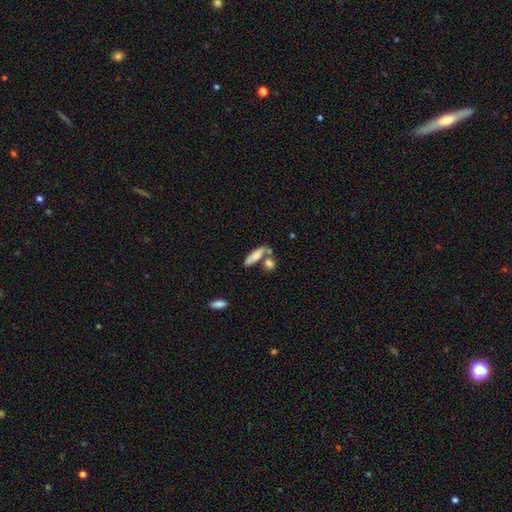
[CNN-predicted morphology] Smooth or featured? Predicted: smooth (p=0.74). How rounded? Predicted: cigar-shaped (p=0.52). Merging? Predicted: none (p=0.51).